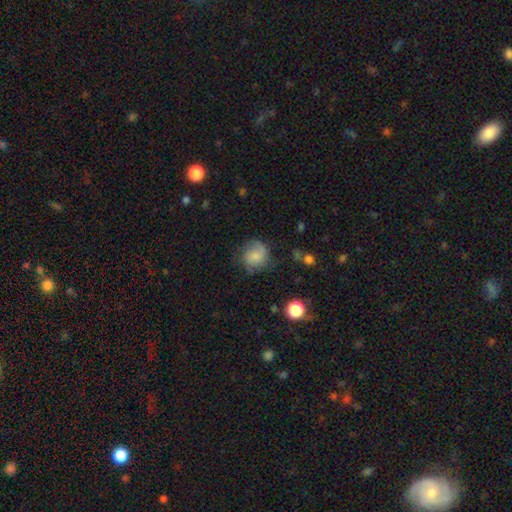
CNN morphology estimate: This is likely a smooth galaxy (65%). How rounded: likely round (78%). Merging: possibly none (58%).